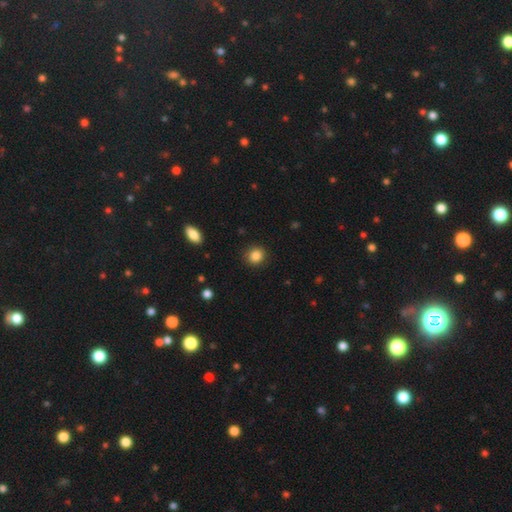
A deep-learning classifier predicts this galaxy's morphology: Overall: smooth (86%). How rounded: round (80%). Merging: none (89%).